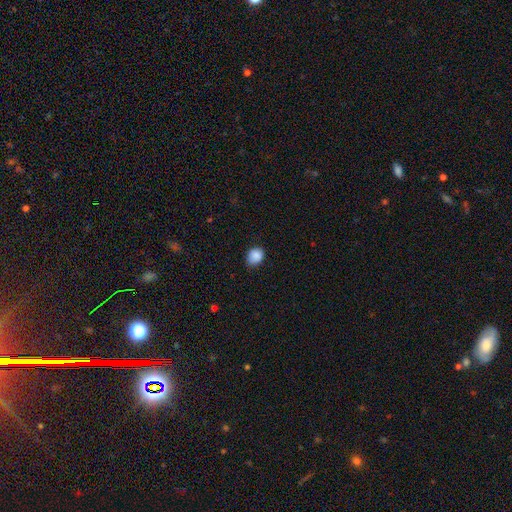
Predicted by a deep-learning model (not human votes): smooth 87%, star or artifact 9%, featured or disk 4%. Down the decision tree: how rounded — round (56%); merging — none (69%).